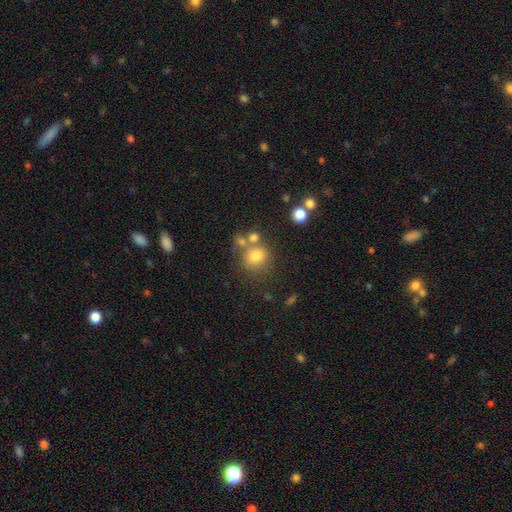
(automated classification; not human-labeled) The model was most divided on "merging": none: 59%, merger: 21%, minor disturbance: 13%, major disturbance: 7%. More confident: how rounded — round (80%); smooth or featured — smooth (76%).